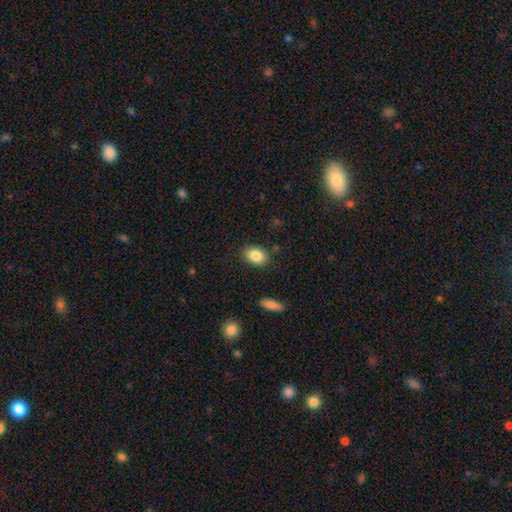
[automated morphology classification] This is clearly a smooth galaxy (85%). How rounded: clearly in between (80%). Merging: clearly none (85%).